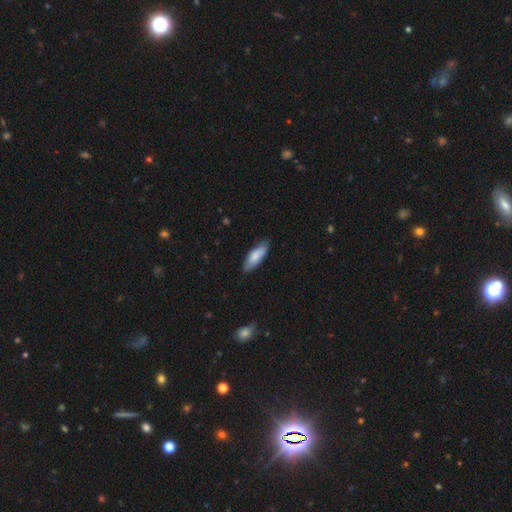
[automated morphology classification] Smooth or featured? smooth (80%)
How rounded? in between (58%)
Merging? none (82%)